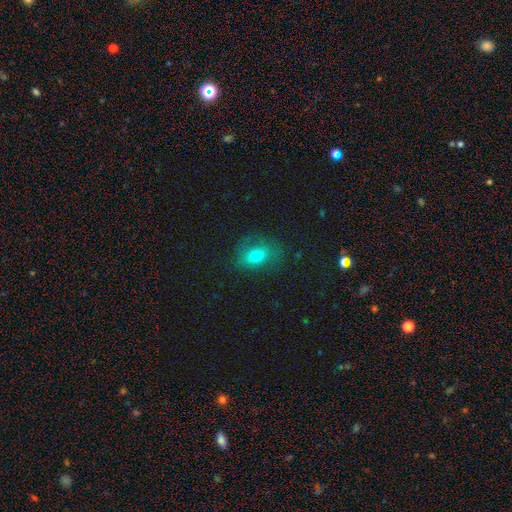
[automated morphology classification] Smooth or featured: smooth — 71% (featured or disk — 17%)
How rounded: in between — 70% (round — 27%)
Merging: none — 70% (minor disturbance — 20%)